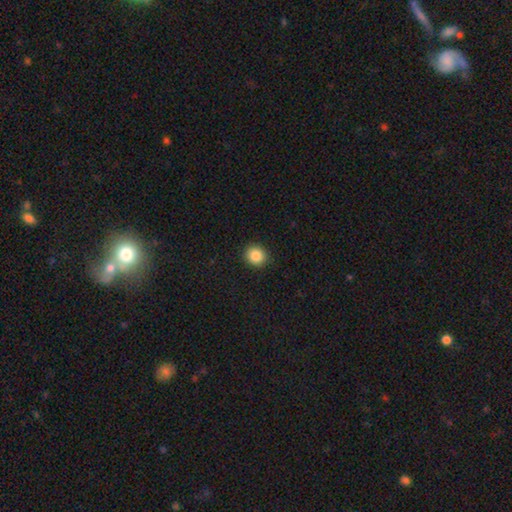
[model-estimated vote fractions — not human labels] Smooth or featured? Predicted: smooth (p=0.87). How rounded? Predicted: round (p=0.86). Merging? Predicted: none (p=0.90).